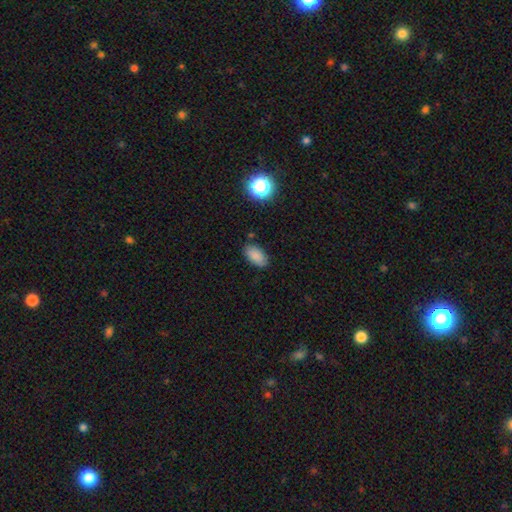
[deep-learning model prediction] smooth-or-featured: smooth: 85% | star or artifact: 11% | featured or disk: 5%
  how-rounded: in between: 93% | round: 4% | cigar-shaped: 3%
  merging: none: 83% | minor disturbance: 12% | major disturbance: 3% | merger: 2%